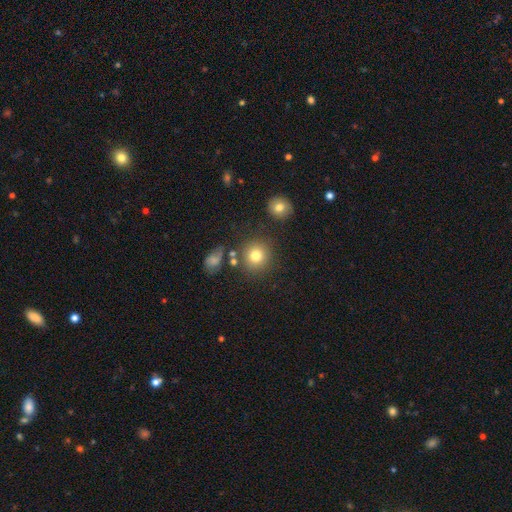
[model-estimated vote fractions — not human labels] Morphology: type=smooth (79%); roundness=round (90%); merging=none (80%).